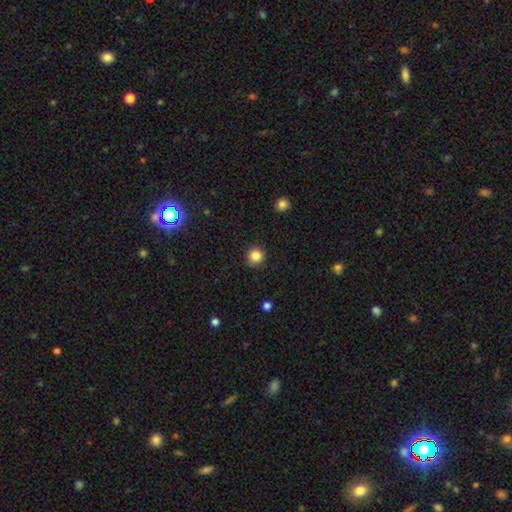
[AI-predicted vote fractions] Overall: smooth (85%). How rounded: round (92%). Merging: none (88%).